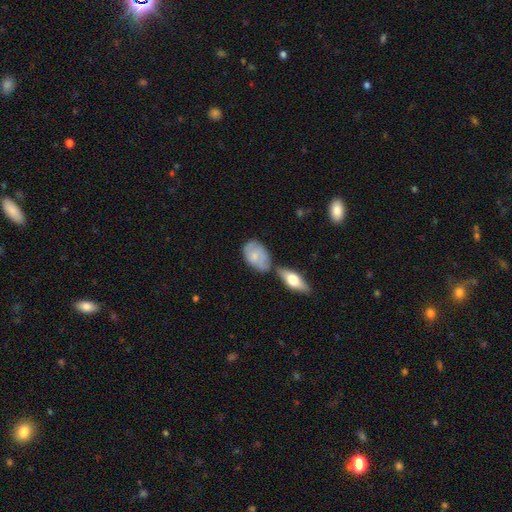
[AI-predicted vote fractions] Overall: smooth (63%; featured or disk 31%). How rounded: in between (88%). Merging: none (47%; minor disturbance 26%).